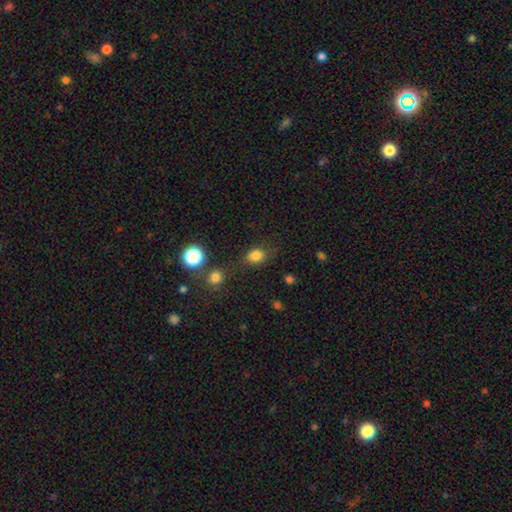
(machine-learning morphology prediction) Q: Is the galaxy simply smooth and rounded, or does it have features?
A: smooth — 81%.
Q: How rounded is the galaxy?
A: round — 58%.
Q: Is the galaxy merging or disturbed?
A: none — 72%.